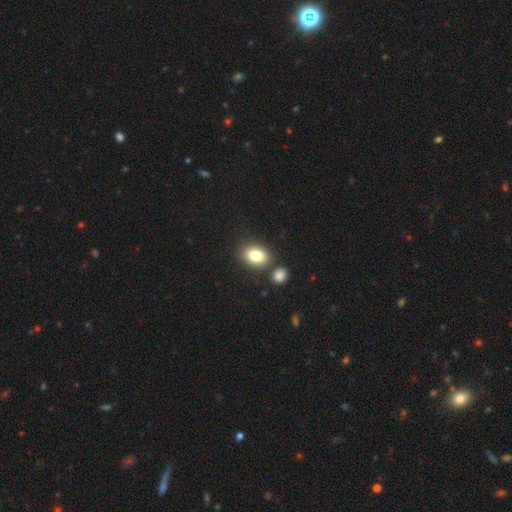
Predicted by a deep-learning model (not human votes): smooth_or_featured: smooth (p=0.82) [alt: featured or disk p=0.09]
how_rounded: in between (p=0.75) [alt: round p=0.23]
merging: none (p=0.71) [alt: merger p=0.15]